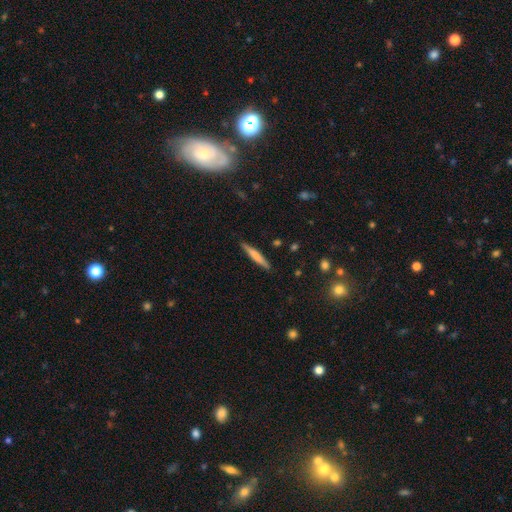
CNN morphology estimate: smooth 65%, featured or disk 29%, star or artifact 6%. Down the decision tree: how rounded — cigar-shaped (94%); merging — none (89%).